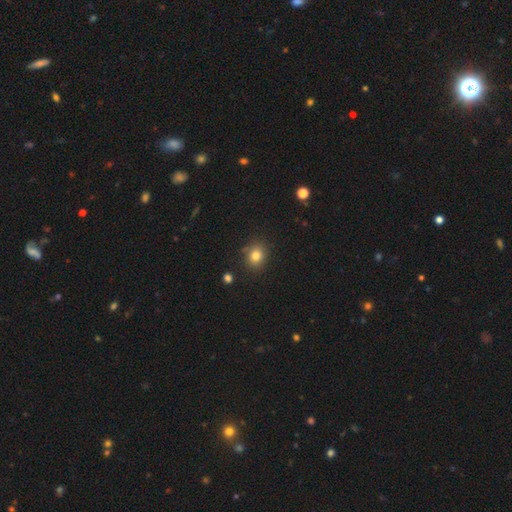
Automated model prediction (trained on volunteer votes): This appears to be a smooth galaxy with no disk features (80%) that is round (69%). Merging: none (82%).